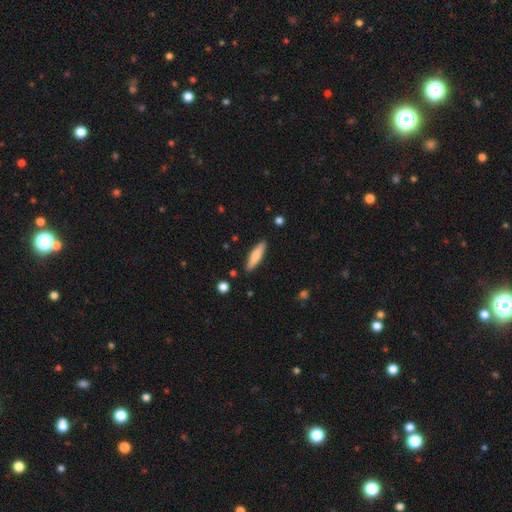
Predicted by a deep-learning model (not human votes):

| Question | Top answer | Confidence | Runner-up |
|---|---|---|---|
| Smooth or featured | smooth | 77% | featured or disk (18%) |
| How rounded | cigar-shaped | 73% | in between (26%) |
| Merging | none | 88% | minor disturbance (9%) |